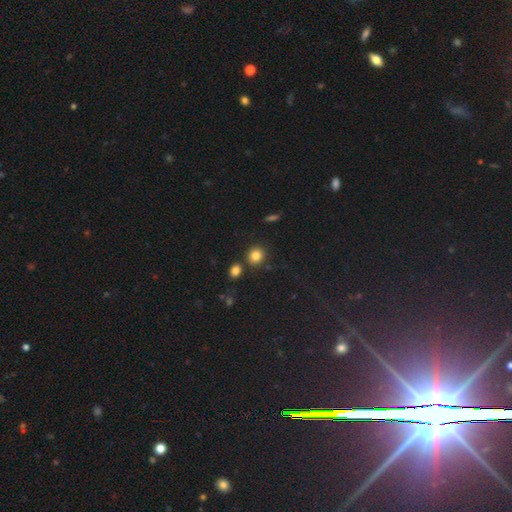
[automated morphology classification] smooth_or_featured: smooth (p=0.82) [alt: star or artifact p=0.12]
how_rounded: round (p=0.83) [alt: in between p=0.16]
merging: none (p=0.77) [alt: merger p=0.11]